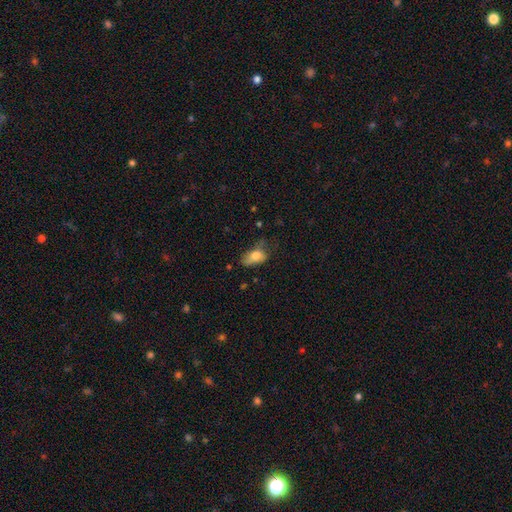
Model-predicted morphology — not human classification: Overall: smooth (76%). How rounded: in between (86%). Merging: none (37%, tied with minor disturbance).